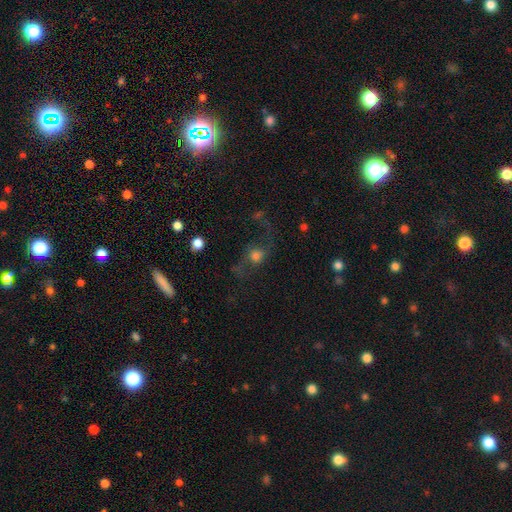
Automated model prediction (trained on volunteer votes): Overall: featured or disk (44%; smooth 40%). Merging: none (43%; major disturbance 36%).